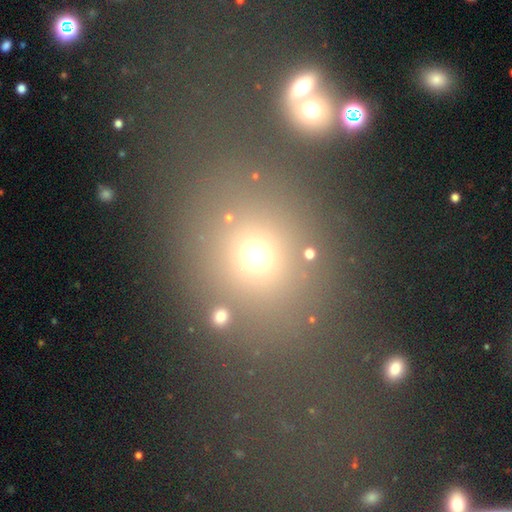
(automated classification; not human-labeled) smooth-or-featured: smooth: 66% | star or artifact: 22% | featured or disk: 12%
  how-rounded: round: 60% | in between: 38% | cigar-shaped: 2%
  merging: none: 64% | minor disturbance: 14% | merger: 12% | major disturbance: 10%